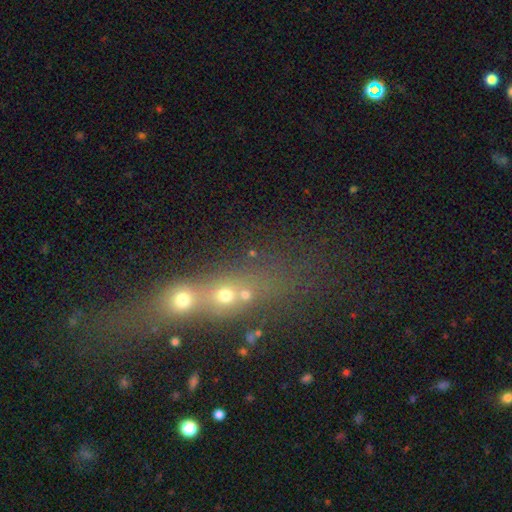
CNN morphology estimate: smooth_or_featured: smooth (p=0.41) [alt: star or artifact p=0.31]
merging: merger (p=0.66) [alt: none p=0.23]